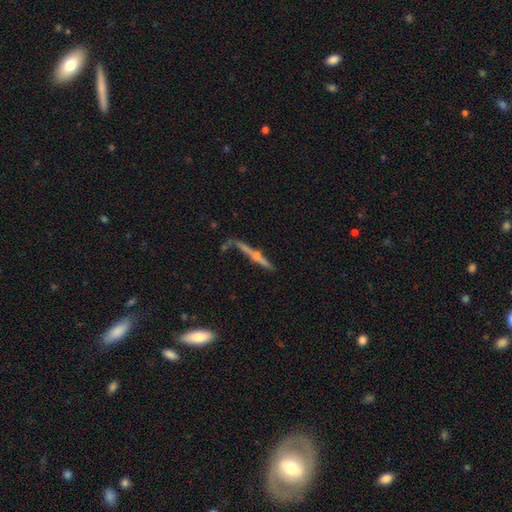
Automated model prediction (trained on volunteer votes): Overall: featured or disk (67%). Edge-on disk: yes (93%). Edge-on bulge: rounded (67%). Merging: none (63%).